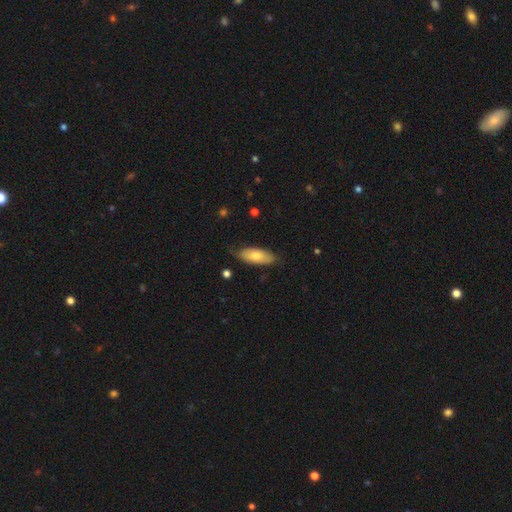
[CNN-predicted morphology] Overall: smooth (73%). How rounded: in between (80%). Merging: none (74%).